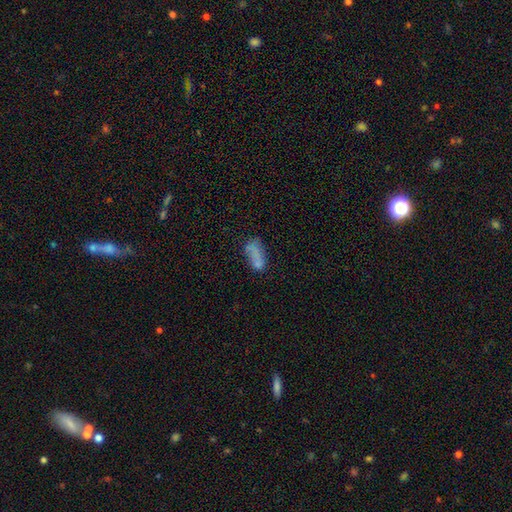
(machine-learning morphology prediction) Smooth or featured?
  - smooth: 64% *
  - featured or disk: 23%
  - star or artifact: 13%
How rounded?
  - in between: 77% *
  - cigar-shaped: 18%
  - round: 4%
Merging?
  - none: 41% *
  - minor disturbance: 23%
  - merger: 19%
  - major disturbance: 18%